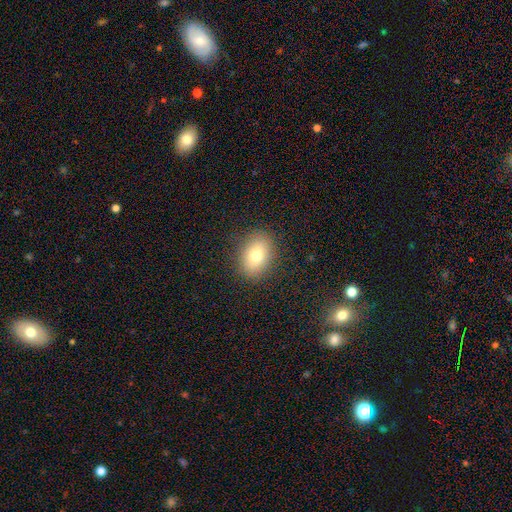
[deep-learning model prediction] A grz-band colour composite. It shows a smooth galaxy with no disk features (77%) that is in between round and cigar-shaped (73%). Merging: none (87%).